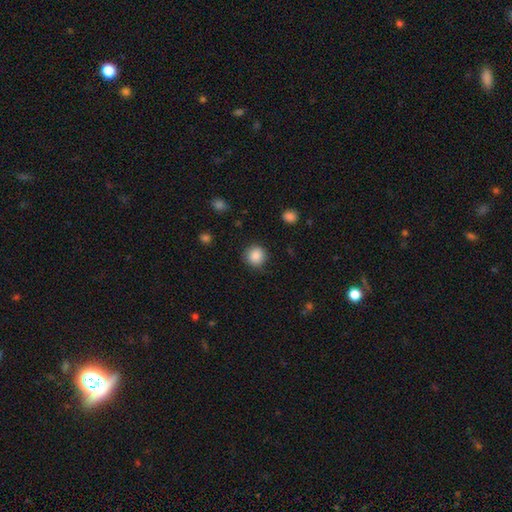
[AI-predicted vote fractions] Smooth or featured? smooth (86%)
How rounded? round (92%)
Merging? none (84%)